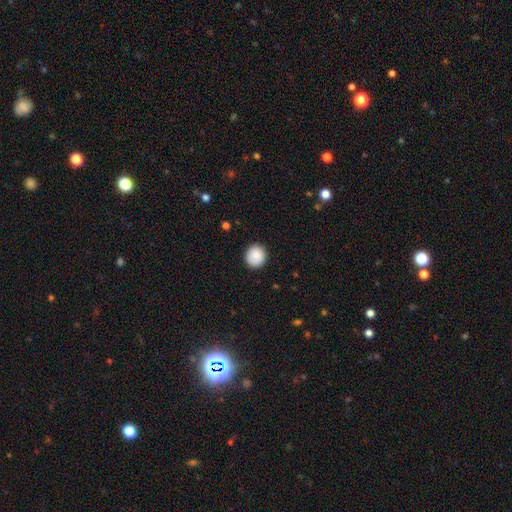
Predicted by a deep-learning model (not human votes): Q: Smooth or featured?
A: smooth (88%); runner-up: star or artifact (8%)
Q: How rounded?
A: round (90%); runner-up: in between (9%)
Q: Merging?
A: none (90%); runner-up: minor disturbance (7%)